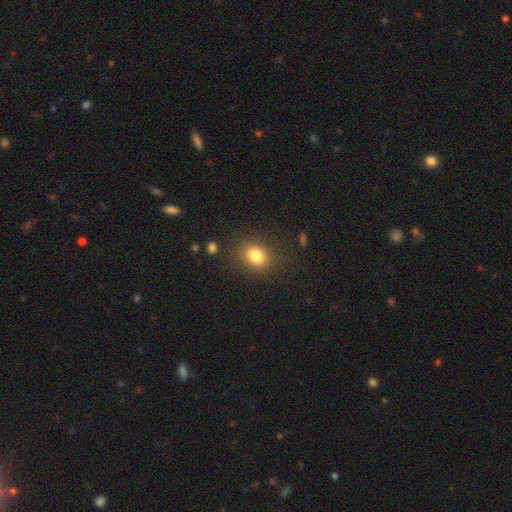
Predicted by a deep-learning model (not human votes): smooth 82%, star or artifact 11%, featured or disk 7%. Down the decision tree: how rounded — round (58%); merging — none (84%).